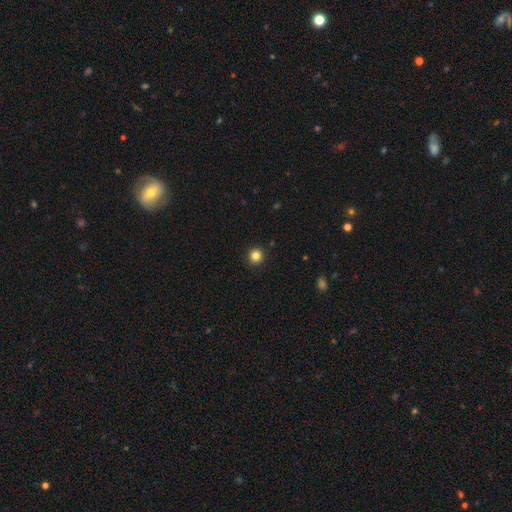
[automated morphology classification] Smooth or featured: smooth — 84% (star or artifact — 12%)
How rounded: round — 95% (in between — 4%)
Merging: none — 93% (minor disturbance — 4%)